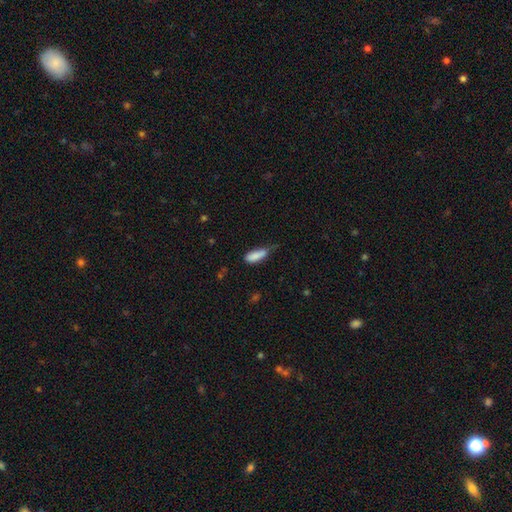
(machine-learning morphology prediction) A smooth galaxy with no disk features (83%) that is in between round and cigar-shaped (67%).

Vote fractions:
- Smooth or featured? smooth: 83% / featured or disk: 9% / star or artifact: 8%
- How rounded? in between: 67% / cigar-shaped: 30% / round: 2%
- Merging? minor disturbance: 42% / none: 34% / major disturbance: 16% / merger: 8%